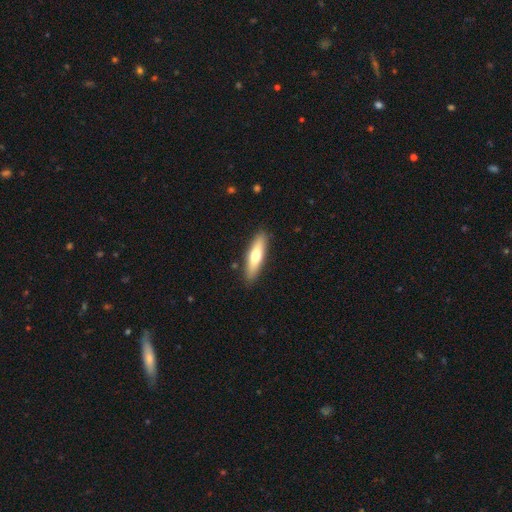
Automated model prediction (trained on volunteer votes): Smooth or featured? smooth (64%)
How rounded? cigar-shaped (67%)
Merging? none (88%)